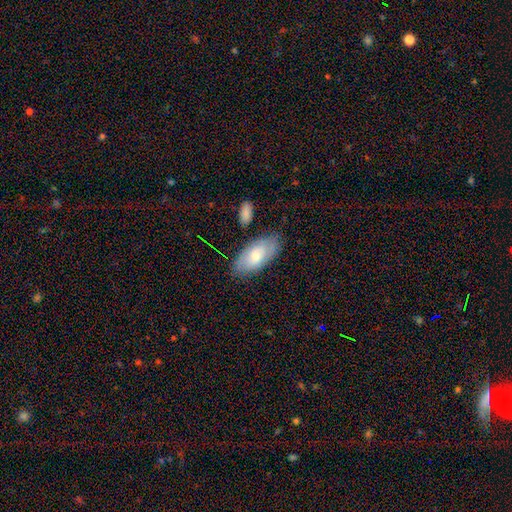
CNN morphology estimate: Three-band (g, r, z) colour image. It shows a smooth galaxy with no disk features (65%) that is in between round and cigar-shaped (92%). Merging: none (78%).